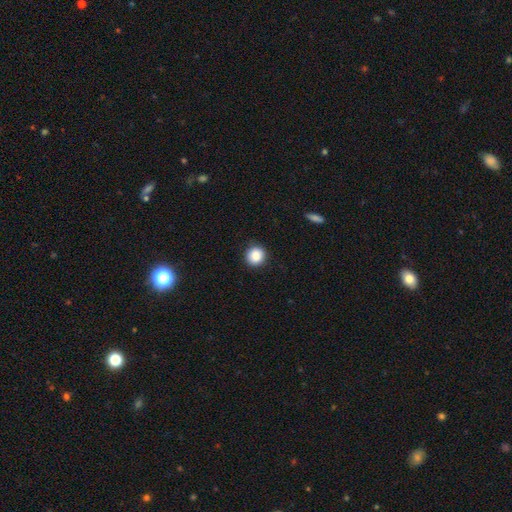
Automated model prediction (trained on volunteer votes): Morphology: type=smooth (87%); roundness=round (91%); merging=none (89%).